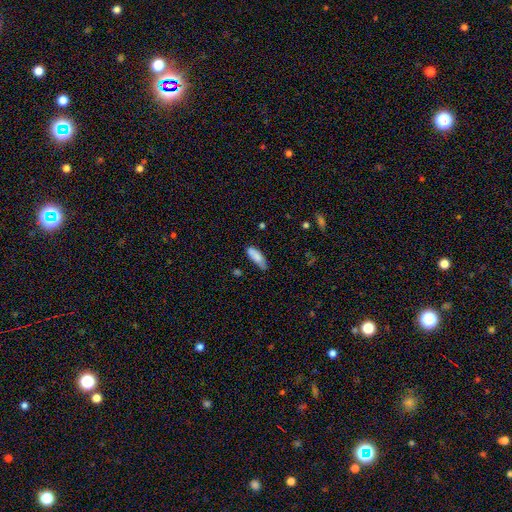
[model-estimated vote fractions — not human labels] Smooth or featured? Predicted: smooth (p=0.81). How rounded? Predicted: in between (p=0.67). Merging? Predicted: none (p=0.55).